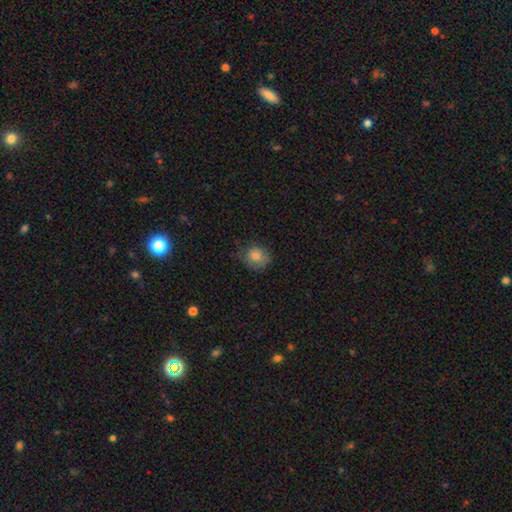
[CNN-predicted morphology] A smooth galaxy with no disk features (75%) that is round (71%). Merging: none (64%).